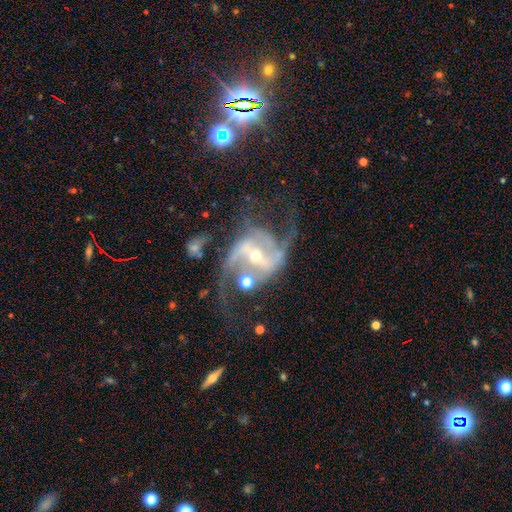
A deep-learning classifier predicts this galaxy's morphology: smooth_or_featured: featured or disk (p=0.90) [alt: star or artifact p=0.06]
disk_edge_on: no (p=0.97) [alt: yes p=0.03]
bar: strong (p=0.58) [alt: weak p=0.28]
has_spiral_arms: yes (p=0.96) [alt: no p=0.04]
spiral_winding: loose (p=0.47) [alt: medium p=0.44]
spiral_arm_count: 2 (p=0.88) [alt: can't tell p=0.04]
bulge_size: small (p=0.61) [alt: moderate p=0.35]
merging: none (p=0.54) [alt: major disturbance p=0.21]